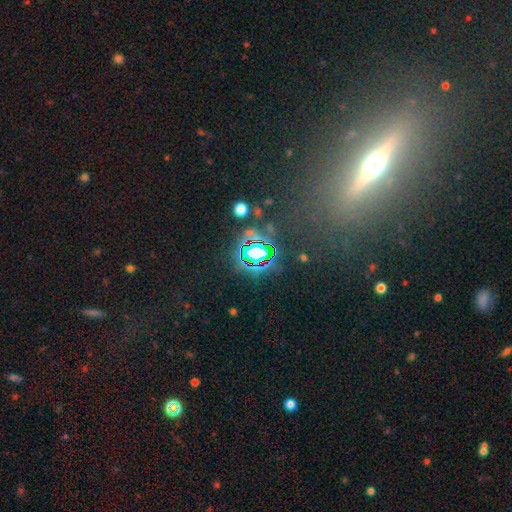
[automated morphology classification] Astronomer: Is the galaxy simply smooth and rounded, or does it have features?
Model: star or artifact — 72%.